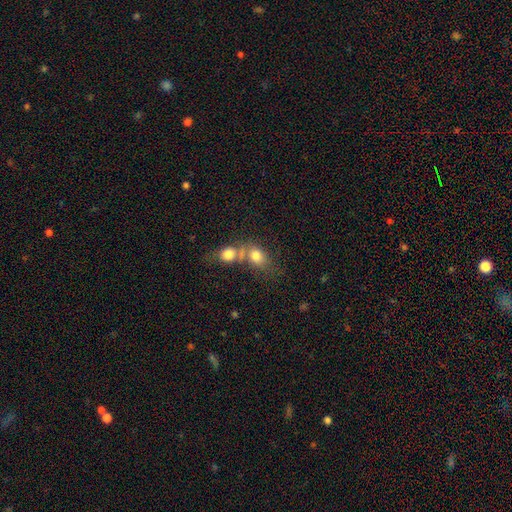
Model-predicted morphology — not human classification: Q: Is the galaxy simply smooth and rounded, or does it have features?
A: smooth — 78%.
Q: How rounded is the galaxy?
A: in between — 66%.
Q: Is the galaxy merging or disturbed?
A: merger — 53%.